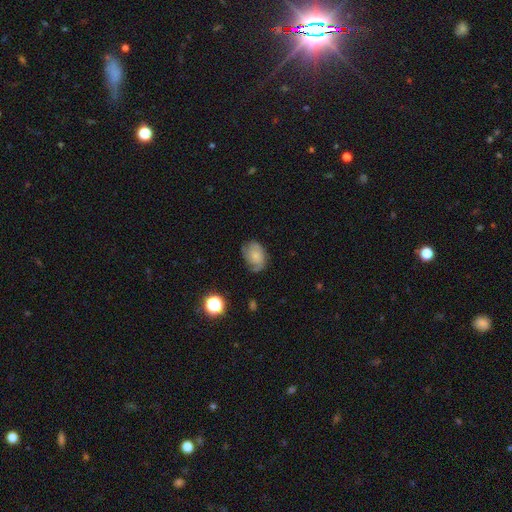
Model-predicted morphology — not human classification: A featured or disk galaxy (46%).

Vote fractions:
- Smooth or featured? featured or disk: 46% / smooth: 44% / star or artifact: 10%
- Merging? none: 58% / minor disturbance: 28% / major disturbance: 12% / merger: 2%